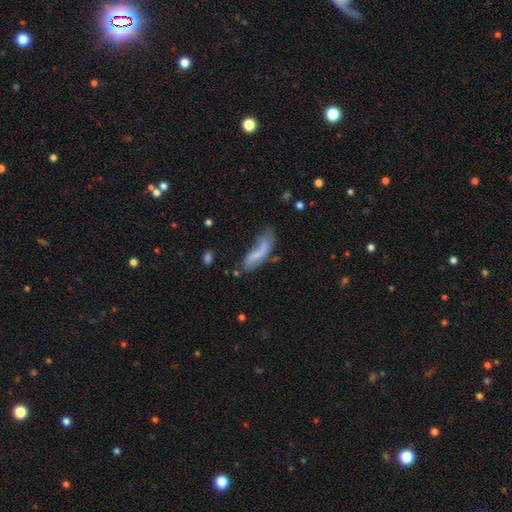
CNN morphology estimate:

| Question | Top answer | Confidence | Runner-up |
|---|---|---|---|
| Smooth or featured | smooth | 49% | featured or disk (41%) |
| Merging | none | 38% | minor disturbance (29%) |